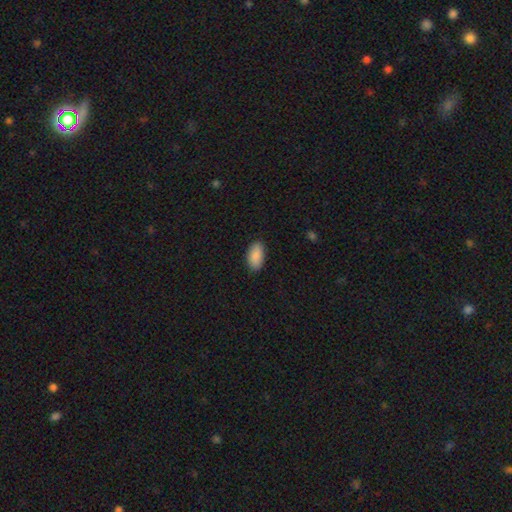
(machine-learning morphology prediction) A smooth galaxy with no disk features (89%) that is in between round and cigar-shaped (94%). Merging: none (87%).